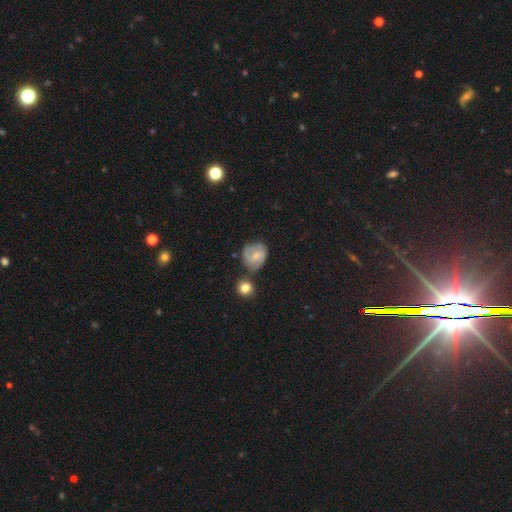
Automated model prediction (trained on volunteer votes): This appears to be a featured or disk galaxy (50%). Merging: none (57%).